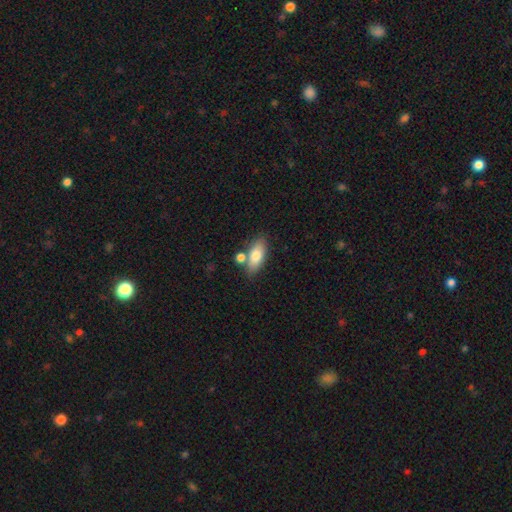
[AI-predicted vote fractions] A smooth galaxy with no disk features (76%) that is in between round and cigar-shaped (82%).

Vote fractions:
- Smooth or featured? smooth: 76% / featured or disk: 17% / star or artifact: 7%
- How rounded? in between: 82% / cigar-shaped: 14% / round: 5%
- Merging? none: 65% / merger: 18% / minor disturbance: 13% / major disturbance: 4%